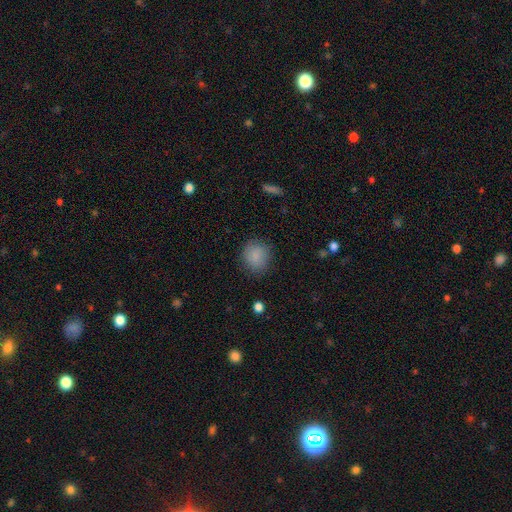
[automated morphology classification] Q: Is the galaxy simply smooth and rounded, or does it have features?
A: smooth — 86%.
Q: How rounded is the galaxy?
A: round — 80%.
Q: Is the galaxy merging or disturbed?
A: none — 83%.